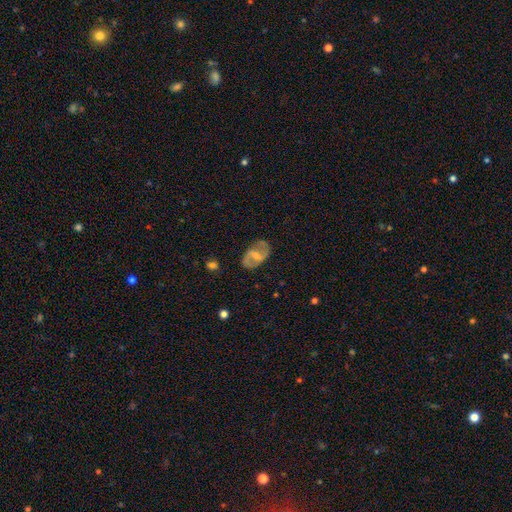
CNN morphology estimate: The model was most divided on "bulge size": small: 47%, moderate: 35%, none: 14%, large: 3%, dominant: 1%. Remaining: edge-on disk — no (97%); spiral arm count — 2 (89%); spiral arms — yes (86%); merging — none (78%); smooth or featured — featured or disk (75%); bar — weak (51%); spiral winding — medium (49%).